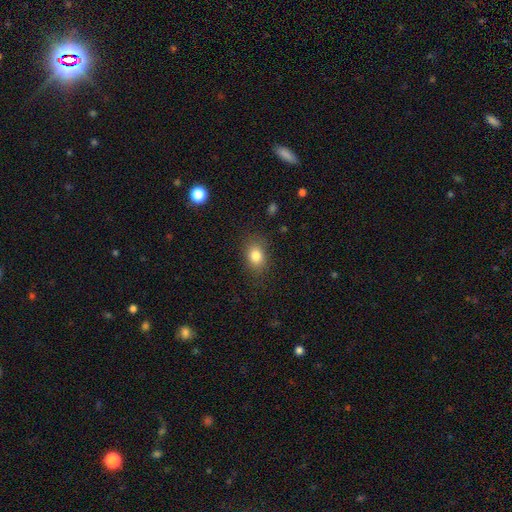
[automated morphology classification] smooth-or-featured: smooth: 82% | star or artifact: 10% | featured or disk: 7%
  how-rounded: in between: 68% | round: 30% | cigar-shaped: 1%
  merging: none: 82% | minor disturbance: 12% | major disturbance: 4% | merger: 1%